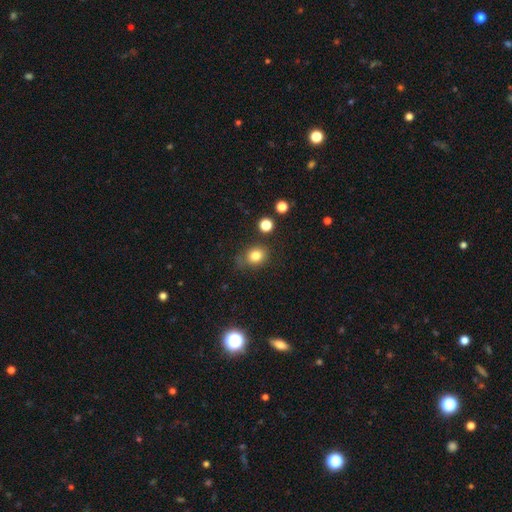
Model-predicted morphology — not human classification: A smooth galaxy with no disk features (81%) that is round (64%).

Vote fractions:
- Smooth or featured? smooth: 81% / star or artifact: 12% / featured or disk: 7%
- How rounded? round: 64% / in between: 35% / cigar-shaped: 1%
- Merging? none: 72% / minor disturbance: 18% / major disturbance: 5% / merger: 5%